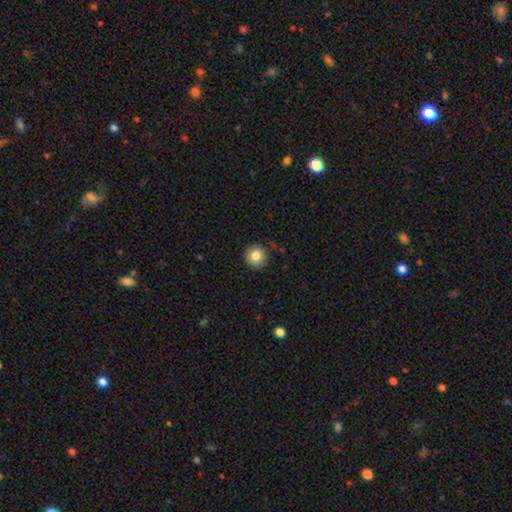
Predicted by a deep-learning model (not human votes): smooth-or-featured: smooth: 83% | star or artifact: 9% | featured or disk: 8%
  how-rounded: round: 95% | in between: 4% | cigar-shaped: 1%
  merging: none: 91% | minor disturbance: 7% | major disturbance: 2% | merger: 1%